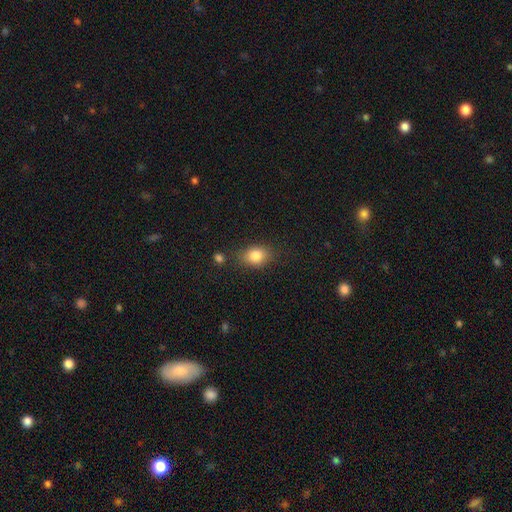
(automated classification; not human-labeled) smooth-or-featured: smooth: 82% | star or artifact: 10% | featured or disk: 8%
  how-rounded: in between: 65% | round: 33% | cigar-shaped: 2%
  merging: none: 76% | minor disturbance: 15% | merger: 5% | major disturbance: 4%